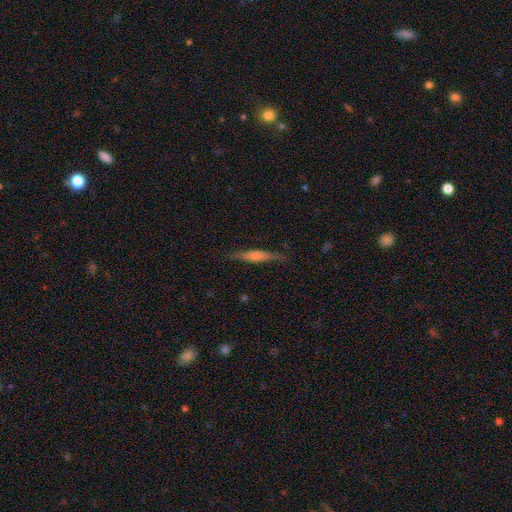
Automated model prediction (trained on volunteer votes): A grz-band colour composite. It shows a smooth galaxy with no disk features (48%). Merging: none (83%).